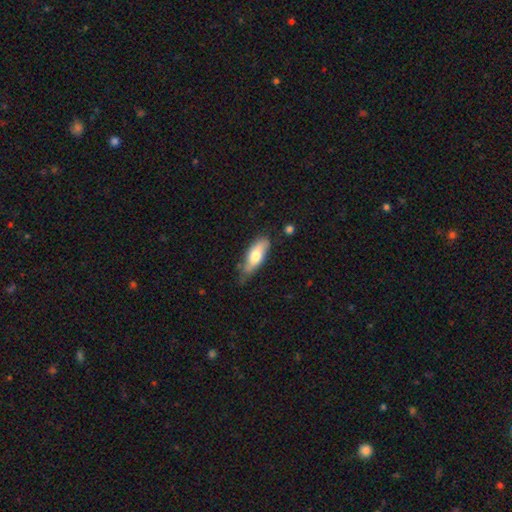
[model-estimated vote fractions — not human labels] Smooth or featured? Predicted: smooth (p=0.65). How rounded? Predicted: in between (p=0.65). Merging? Predicted: none (p=0.59).